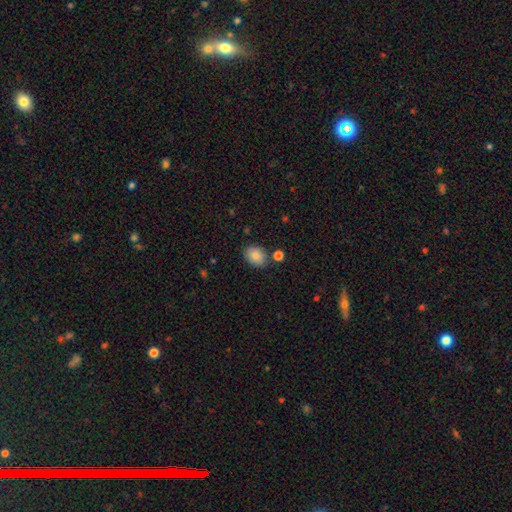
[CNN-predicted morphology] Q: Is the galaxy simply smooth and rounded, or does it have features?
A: smooth — 85%.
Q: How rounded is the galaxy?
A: in between — 69%.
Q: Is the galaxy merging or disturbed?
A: none — 79%.